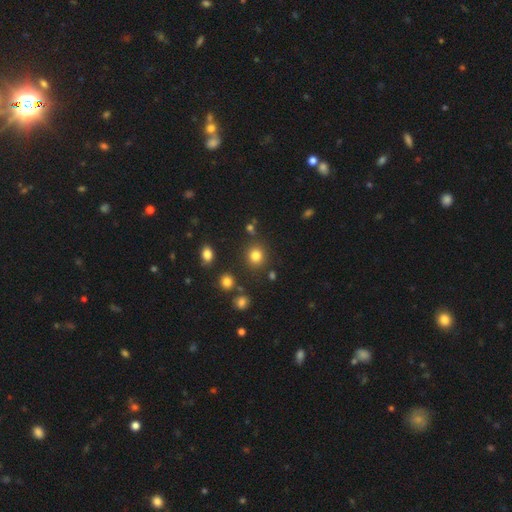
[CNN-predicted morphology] This is clearly a smooth galaxy (81%). How rounded: clearly round (87%). Merging: clearly none (84%).